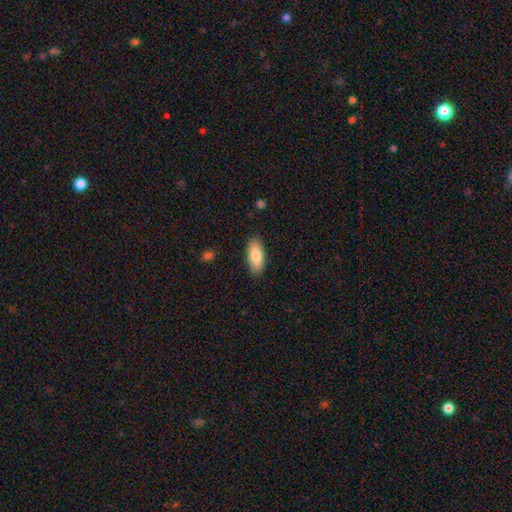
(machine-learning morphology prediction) Smooth or featured: smooth — 82% (featured or disk — 12%)
How rounded: in between — 82% (cigar-shaped — 16%)
Merging: none — 88% (minor disturbance — 9%)